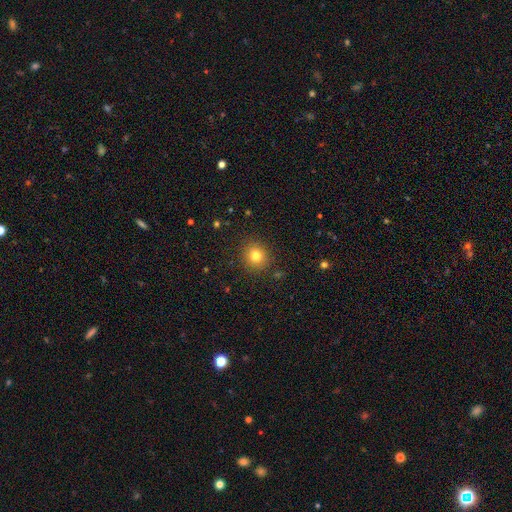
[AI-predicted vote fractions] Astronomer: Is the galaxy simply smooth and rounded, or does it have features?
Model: smooth — 79%.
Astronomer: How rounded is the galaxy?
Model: round — 90%.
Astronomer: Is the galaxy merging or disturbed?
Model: none — 90%.